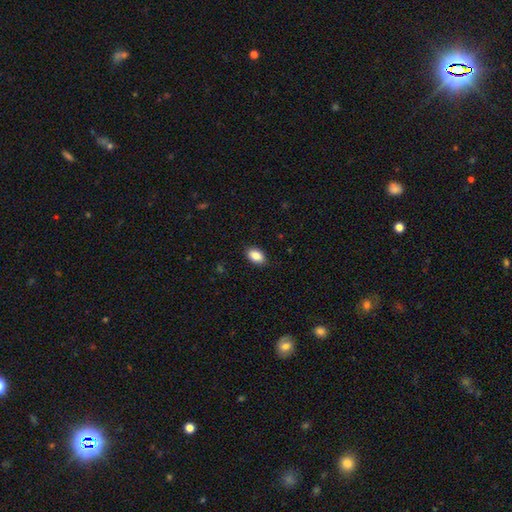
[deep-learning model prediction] Smooth or featured: smooth — 88% (star or artifact — 7%)
How rounded: in between — 91% (round — 8%)
Merging: none — 88% (minor disturbance — 9%)